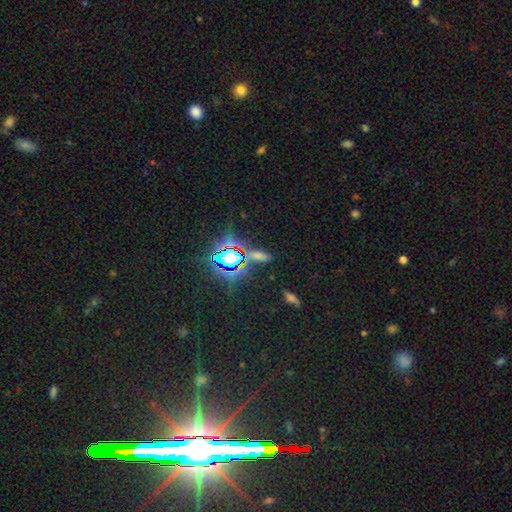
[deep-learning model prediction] Morphology: type=star or artifact (82%).